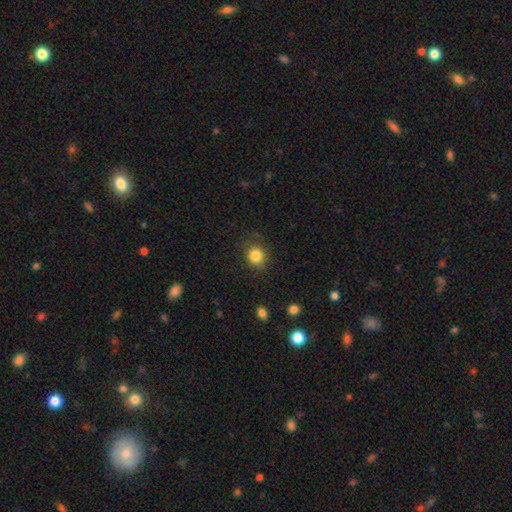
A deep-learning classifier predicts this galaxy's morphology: Q: Smooth or featured?
A: smooth (84%); runner-up: star or artifact (10%)
Q: How rounded?
A: round (83%); runner-up: in between (16%)
Q: Merging?
A: none (79%); runner-up: minor disturbance (15%)